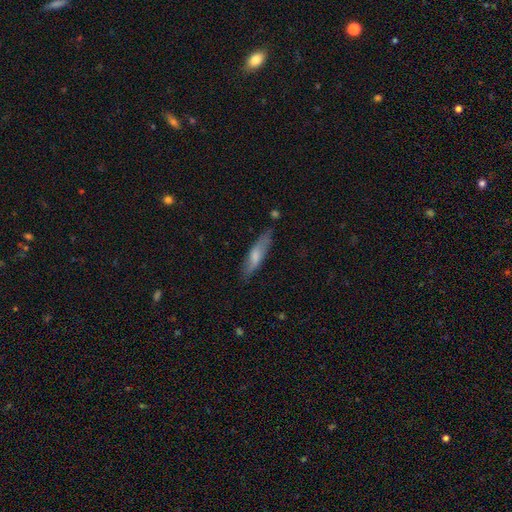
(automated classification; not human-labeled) Overall: smooth (66%; featured or disk 29%). How rounded: cigar-shaped (74%). Merging: none (74%).